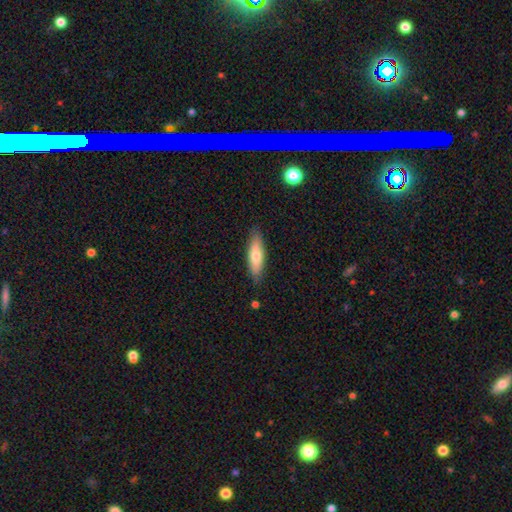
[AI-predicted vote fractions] Morphology: type=smooth (66%); roundness=cigar-shaped (64%); merging=none (86%).